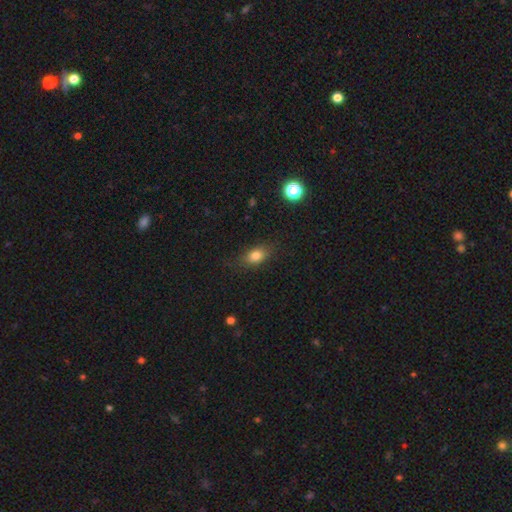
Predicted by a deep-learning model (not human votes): This is clearly a smooth galaxy (80%). How rounded: likely in between (78%). Merging: clearly none (80%).